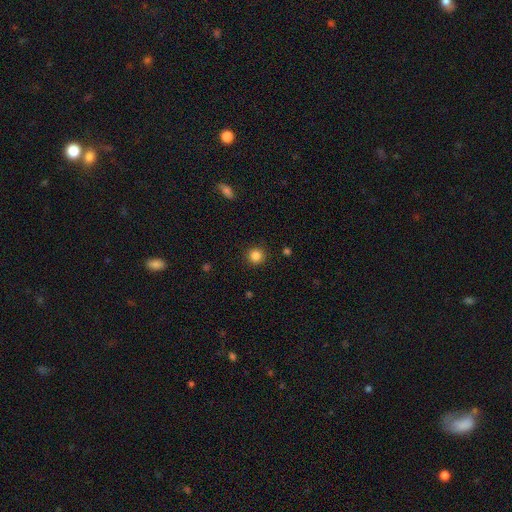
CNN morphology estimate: Smooth or featured?
  - smooth: 85% *
  - star or artifact: 11%
  - featured or disk: 4%
How rounded?
  - round: 95% *
  - in between: 5%
  - cigar-shaped: 1%
Merging?
  - none: 92% *
  - minor disturbance: 5%
  - major disturbance: 2%
  - merger: 1%